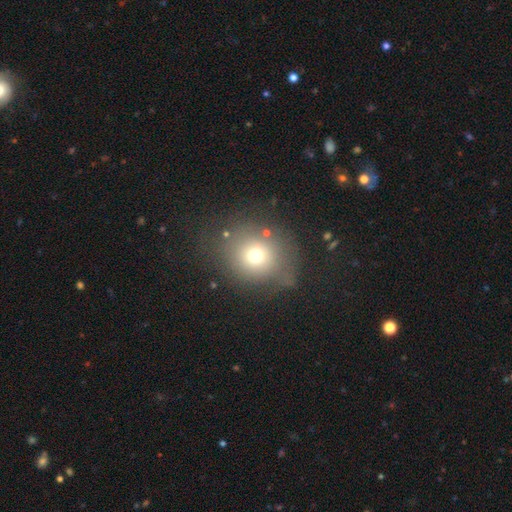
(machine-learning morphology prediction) Smooth or featured?
  - smooth: 68% *
  - star or artifact: 16%
  - featured or disk: 15%
How rounded?
  - round: 81% *
  - in between: 18%
  - cigar-shaped: 1%
Merging?
  - none: 65% *
  - minor disturbance: 19%
  - major disturbance: 12%
  - merger: 3%